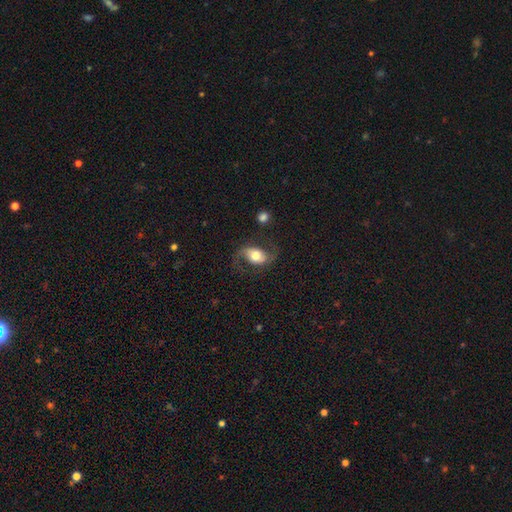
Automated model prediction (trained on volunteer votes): Q: Smooth or featured?
A: featured or disk (67%); runner-up: smooth (26%)
Q: Edge-on disk?
A: no (96%); runner-up: yes (4%)
Q: Bar?
A: no (52%); runner-up: weak (31%)
Q: Spiral arms?
A: yes (90%); runner-up: no (10%)
Q: Spiral winding?
A: loose (60%); runner-up: medium (33%)
Q: Spiral arm count?
A: 2 (90%); runner-up: 1 (5%)
Q: Bulge size?
A: moderate (56%); runner-up: large (31%)
Q: Merging?
A: none (65%); runner-up: minor disturbance (17%)